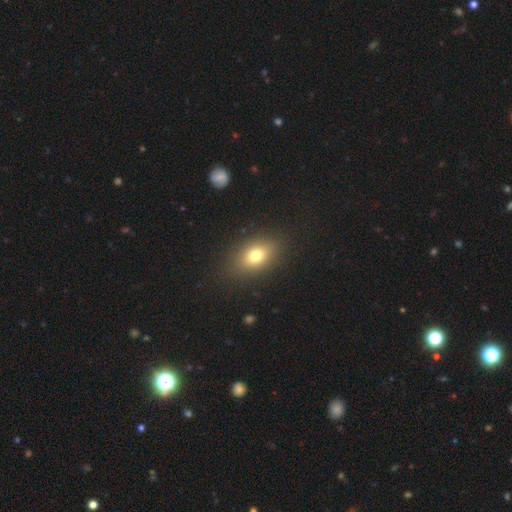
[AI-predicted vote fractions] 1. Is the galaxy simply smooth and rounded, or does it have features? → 74% smooth, 14% featured or disk, 12% star or artifact.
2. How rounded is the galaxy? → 77% in between, 21% round, 3% cigar-shaped.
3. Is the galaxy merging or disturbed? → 85% none, 9% minor disturbance, 4% major disturbance, 1% merger.